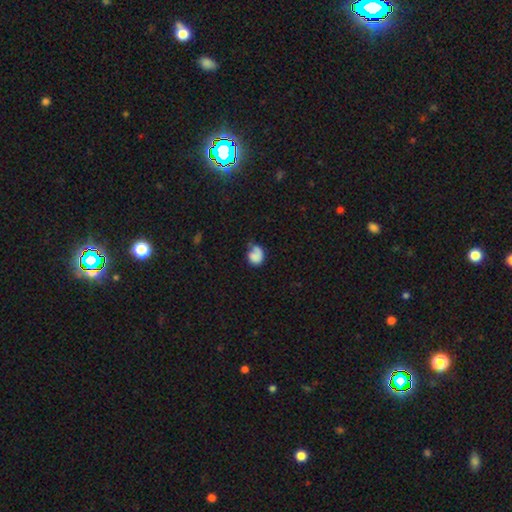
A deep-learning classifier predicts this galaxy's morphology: smooth-or-featured: smooth: 67% | featured or disk: 24% | star or artifact: 9%
  how-rounded: round: 52% | in between: 47% | cigar-shaped: 1%
  merging: none: 38% | minor disturbance: 33% | major disturbance: 24% | merger: 6%